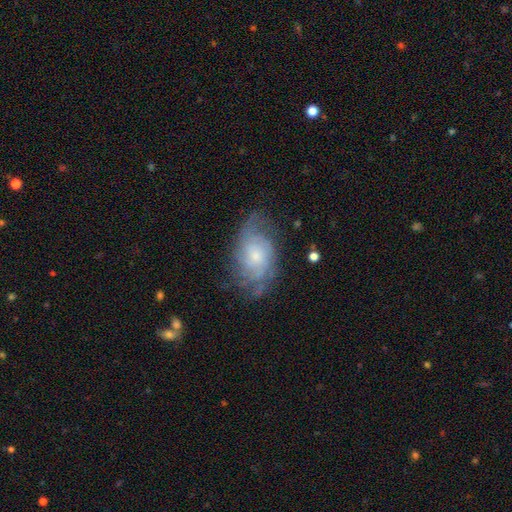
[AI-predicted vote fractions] Smooth or featured?
  - featured or disk: 73% *
  - smooth: 19%
  - star or artifact: 7%
Edge-on disk?
  - no: 96% *
  - yes: 4%
Bar?
  - no: 74% *
  - weak: 24%
  - strong: 3%
Spiral arms?
  - yes: 90% *
  - no: 10%
Spiral winding?
  - tight: 50% *
  - medium: 35%
  - loose: 15%
Spiral arm count?
  - can't tell: 47% *
  - 2: 22%
  - 3: 12%
  - 4: 9%
  - more than 4: 5%
  - 1: 5%
Bulge size?
  - small: 56% *
  - moderate: 33%
  - none: 5%
  - large: 5%
  - dominant: 1%
Merging?
  - none: 64% *
  - minor disturbance: 22%
  - major disturbance: 12%
  - merger: 2%